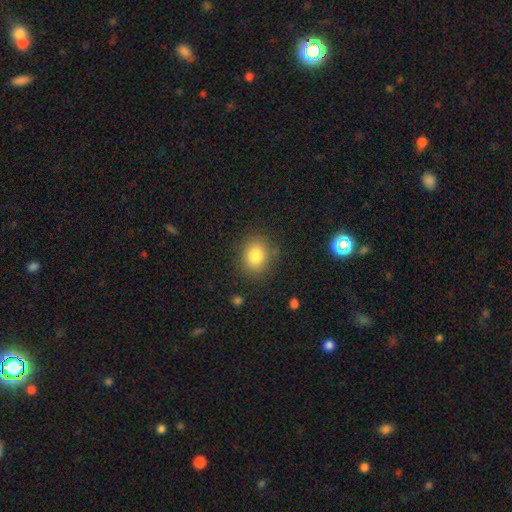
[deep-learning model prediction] The model was most divided on "how rounded": round: 65%, in between: 34%, cigar-shaped: 1%. More confident: merging — none (83%); smooth or featured — smooth (82%).